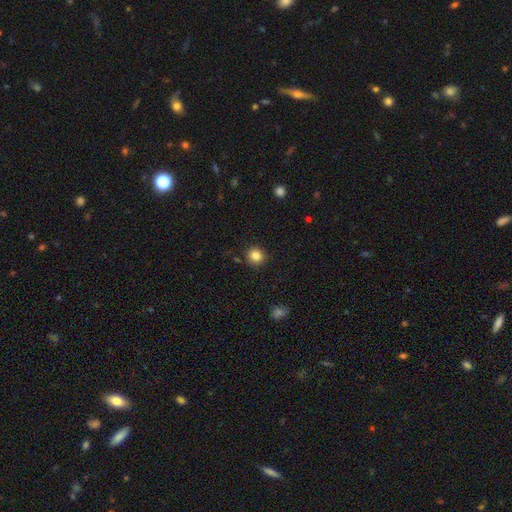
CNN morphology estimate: type=smooth (84%); roundness=round (92%); merging=none (91%).